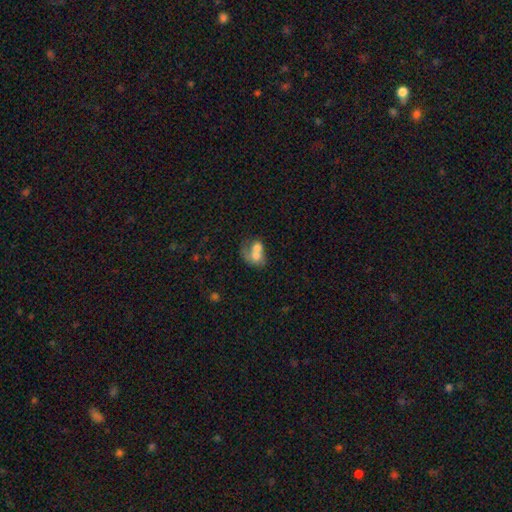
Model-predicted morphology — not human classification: smooth 62%, featured or disk 29%, star or artifact 9%. Down the decision tree: how rounded — in between (55%); merging — merger (72%).